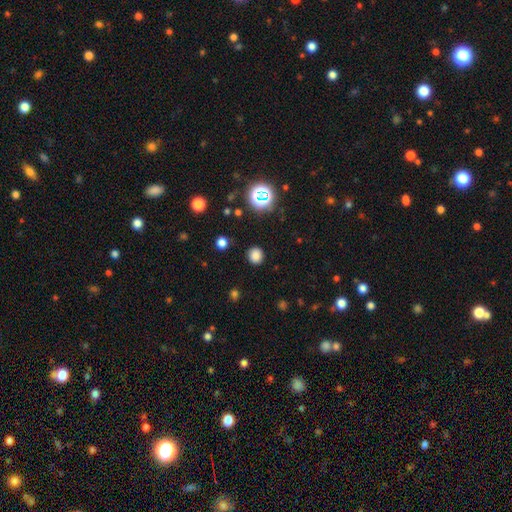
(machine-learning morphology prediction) smooth-or-featured: smooth: 78% | star or artifact: 17% | featured or disk: 5%
  how-rounded: round: 85% | in between: 14% | cigar-shaped: 1%
  merging: none: 89% | minor disturbance: 7% | major disturbance: 3% | merger: 1%